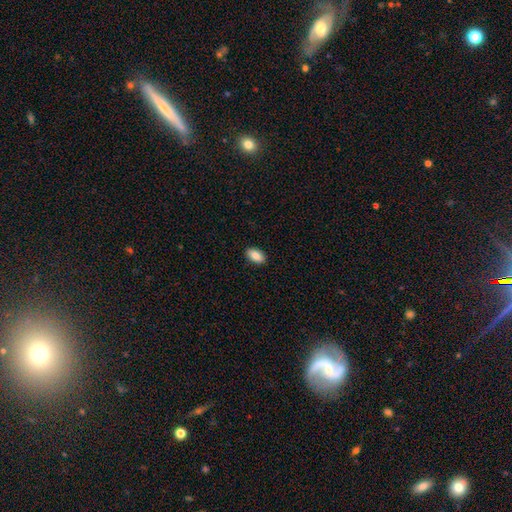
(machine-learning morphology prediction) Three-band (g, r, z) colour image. It shows a smooth galaxy with no disk features (86%) that is in between round and cigar-shaped (93%). Merging: none (89%).